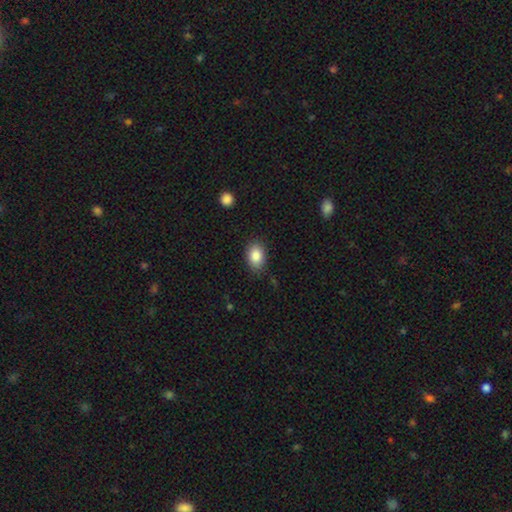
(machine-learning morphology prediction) Smooth or featured: smooth — 86% (star or artifact — 8%)
How rounded: in between — 83% (round — 16%)
Merging: none — 83% (minor disturbance — 13%)